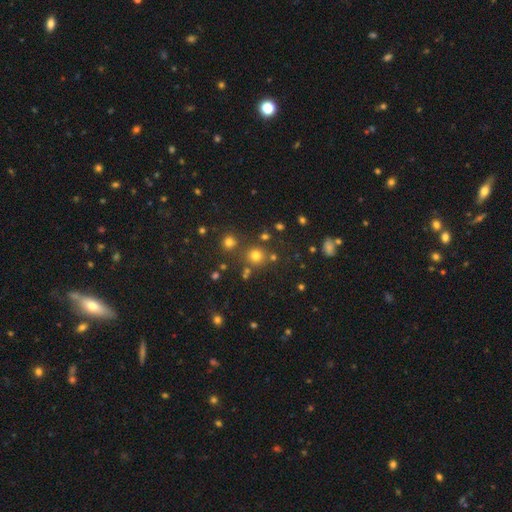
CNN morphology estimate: This appears to be a smooth galaxy with no disk features (73%) that is round (91%). Merging: none (79%).